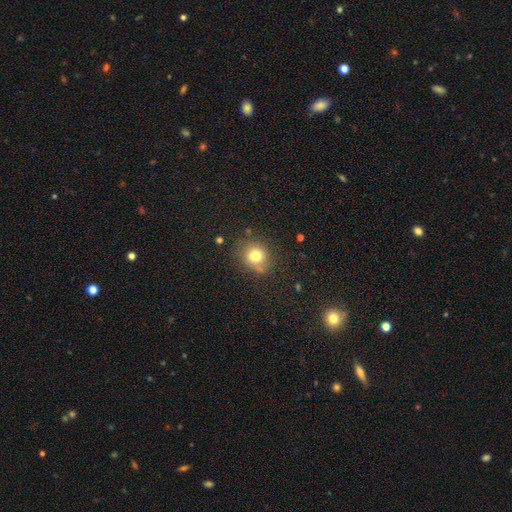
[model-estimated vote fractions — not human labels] Smooth or featured? smooth (76%)
How rounded? round (80%)
Merging? none (72%)